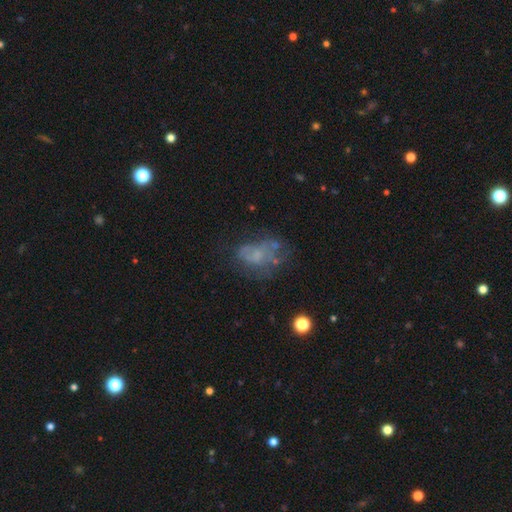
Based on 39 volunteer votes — smooth 46% (tied), featured or disk 46% (tied), star or artifact 8%. Down the decision tree: how rounded — in between (89%); merging — minor disturbance (36%).